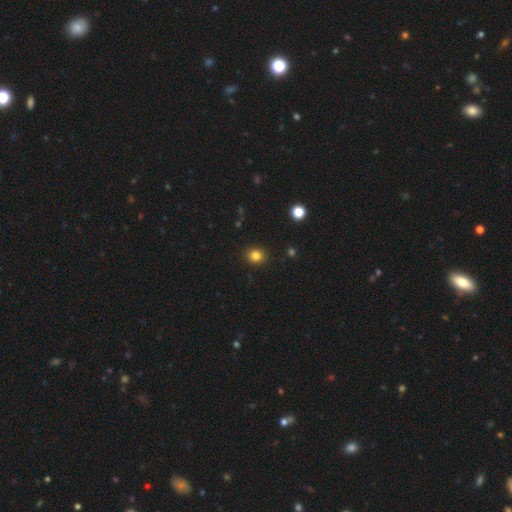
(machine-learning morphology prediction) smooth-or-featured: smooth: 83% | star or artifact: 12% | featured or disk: 5%
  how-rounded: round: 78% | in between: 22% | cigar-shaped: 1%
  merging: none: 91% | minor disturbance: 6% | major disturbance: 2% | merger: 1%